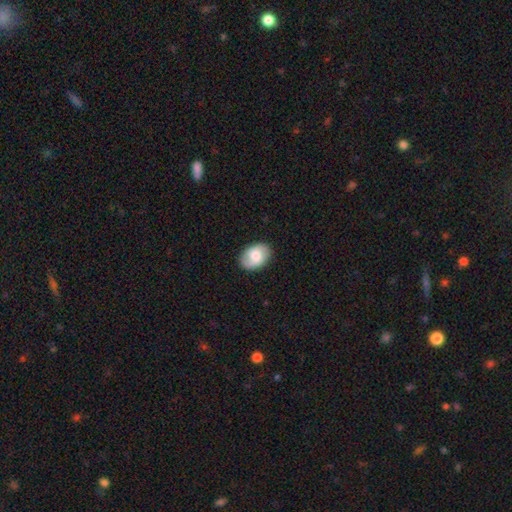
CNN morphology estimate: Smooth or featured?
  - smooth: 50% *
  - featured or disk: 43%
  - star or artifact: 7%
How rounded?
  - in between: 79% *
  - round: 20%
  - cigar-shaped: 1%
Merging?
  - none: 84% *
  - minor disturbance: 12%
  - major disturbance: 3%
  - merger: 1%